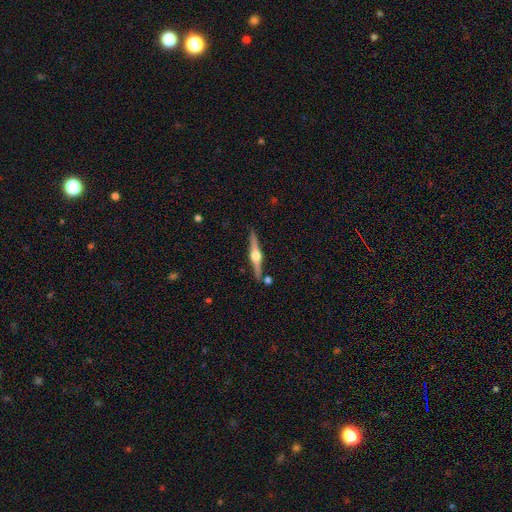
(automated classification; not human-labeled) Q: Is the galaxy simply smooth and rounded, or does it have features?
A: featured or disk — 83%.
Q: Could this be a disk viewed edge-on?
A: yes — 98%.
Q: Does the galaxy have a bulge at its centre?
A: rounded — 96%.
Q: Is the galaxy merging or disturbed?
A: none — 87%.